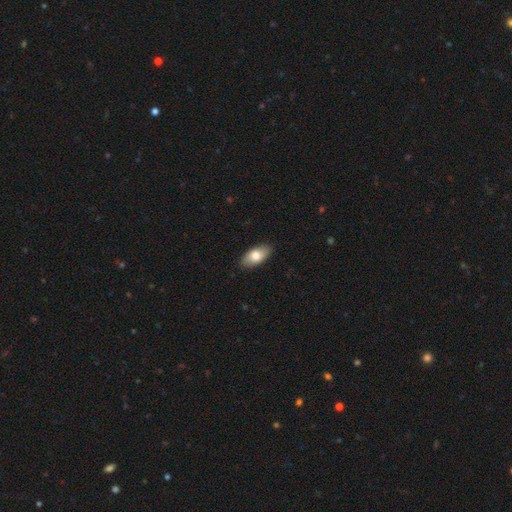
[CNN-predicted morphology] This is likely a smooth galaxy (78%). How rounded: clearly in between (92%). Merging: clearly none (88%).